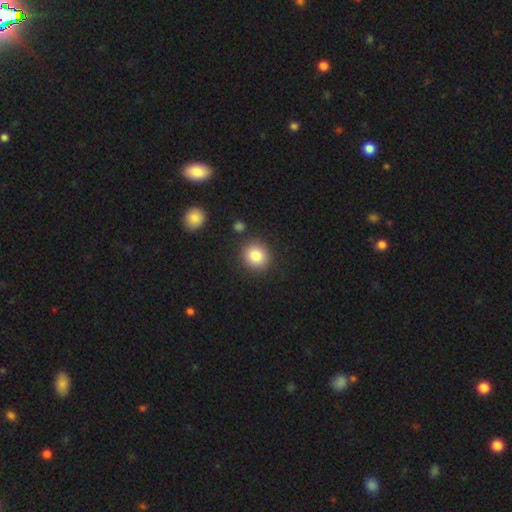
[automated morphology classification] Overall: smooth (85%). How rounded: round (81%). Merging: none (85%).